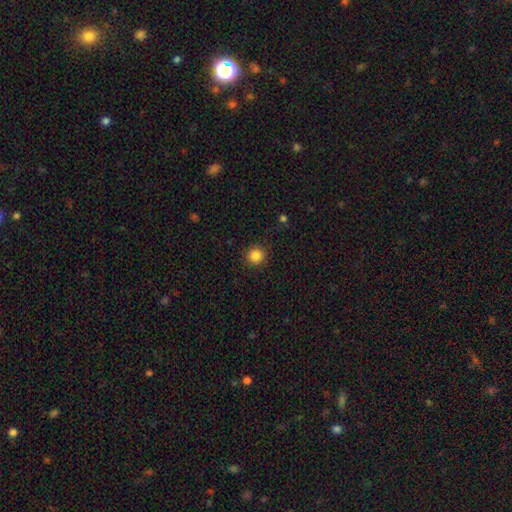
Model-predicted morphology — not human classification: smooth 85%, star or artifact 11%, featured or disk 4%. Down the decision tree: how rounded — round (92%); merging — none (91%).